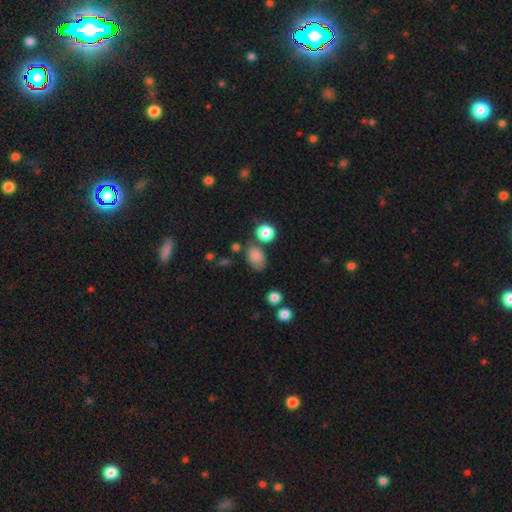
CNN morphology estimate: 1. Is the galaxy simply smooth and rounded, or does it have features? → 82% smooth, 11% star or artifact, 7% featured or disk.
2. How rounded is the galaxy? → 79% in between, 19% round, 2% cigar-shaped.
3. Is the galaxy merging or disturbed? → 60% none, 22% minor disturbance, 11% merger, 7% major disturbance.